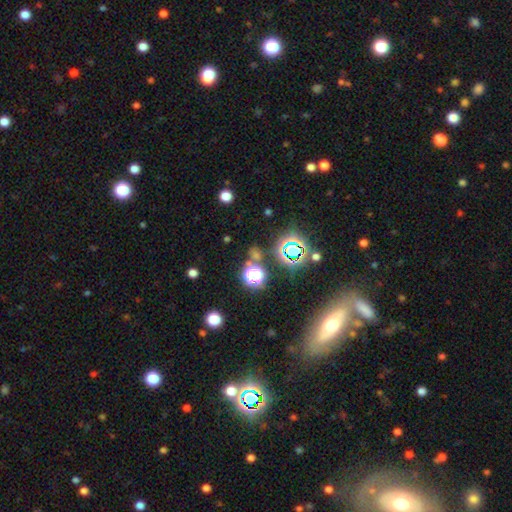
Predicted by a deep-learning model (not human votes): Smooth or featured? star or artifact (61%)